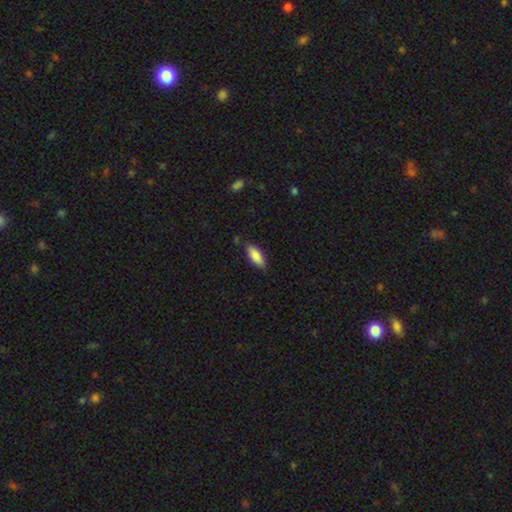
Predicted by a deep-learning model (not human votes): Morphology: type=smooth (86%); roundness=in between (72%); merging=none (82%).